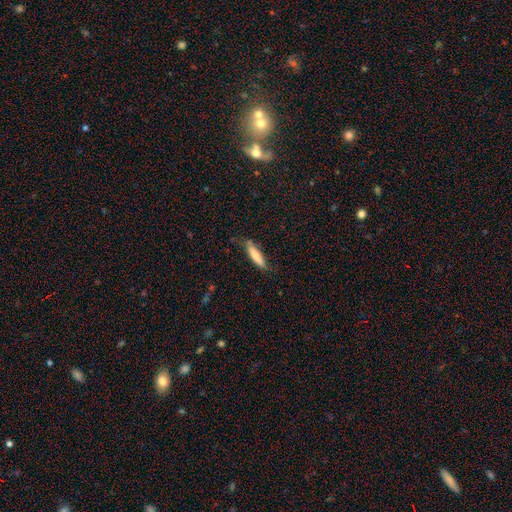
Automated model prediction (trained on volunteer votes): smooth-or-featured: smooth: 74% | featured or disk: 20% | star or artifact: 6%
  how-rounded: cigar-shaped: 73% | in between: 26% | round: 1%
  merging: none: 66% | minor disturbance: 26% | major disturbance: 6% | merger: 2%